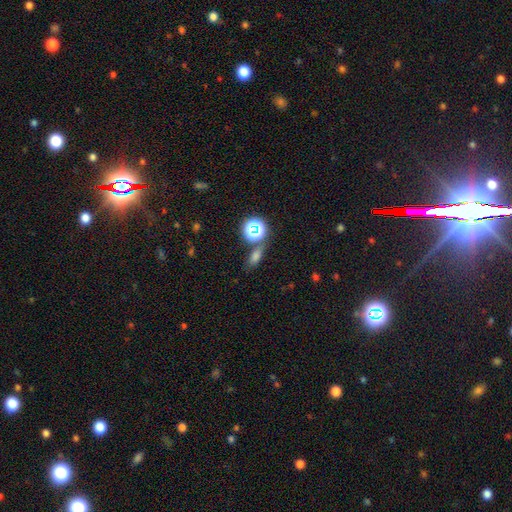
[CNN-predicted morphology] Smooth or featured? Predicted: smooth (p=0.61). How rounded? Predicted: in between (p=0.64). Merging? Predicted: none (p=0.68).